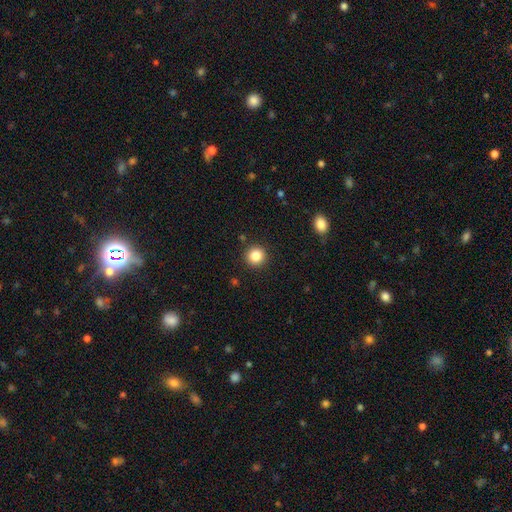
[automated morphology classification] type=smooth (85%); roundness=round (94%); merging=none (91%).